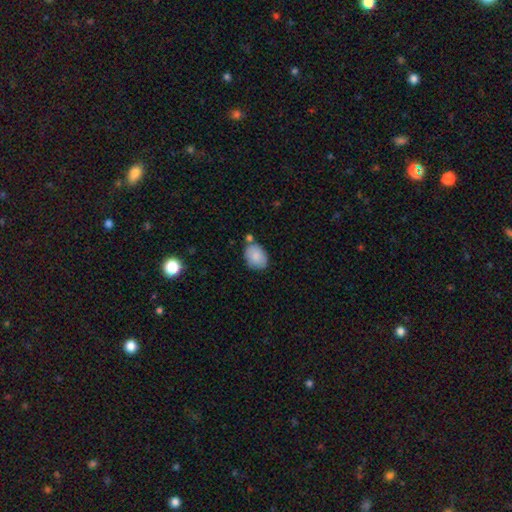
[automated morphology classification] Smooth or featured? Predicted: smooth (p=0.86). How rounded? Predicted: in between (p=0.76). Merging? Predicted: none (p=0.66).